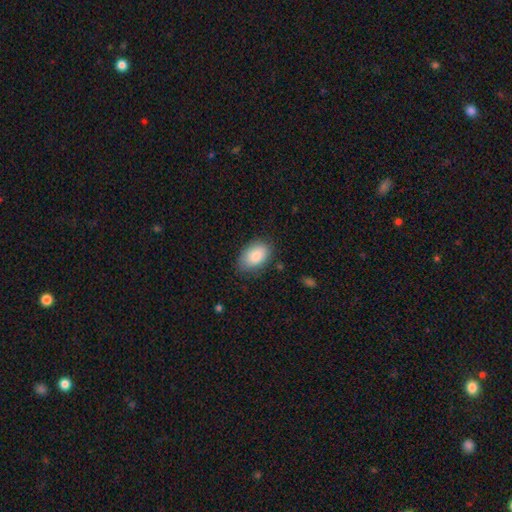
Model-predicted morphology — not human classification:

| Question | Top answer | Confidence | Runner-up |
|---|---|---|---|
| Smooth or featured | smooth | 87% | featured or disk (7%) |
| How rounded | in between | 91% | round (8%) |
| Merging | none | 79% | minor disturbance (16%) |